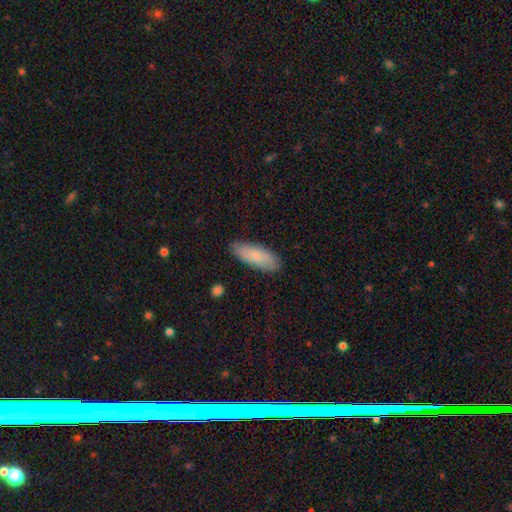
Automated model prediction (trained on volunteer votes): Morphology: type=smooth (78%); roundness=in between (63%); merging=none (86%).